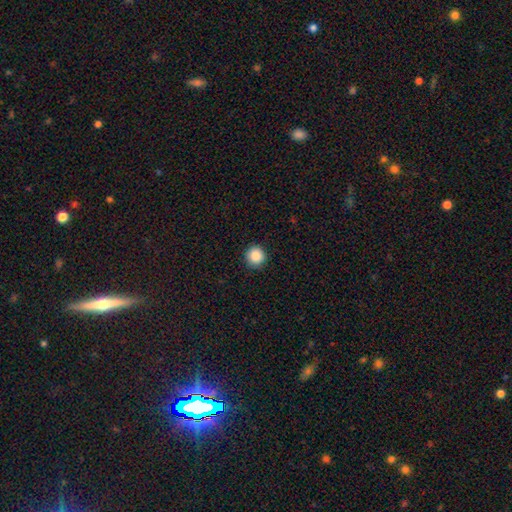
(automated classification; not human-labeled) smooth_or_featured: smooth (p=0.87) [alt: star or artifact p=0.09]
how_rounded: round (p=0.94) [alt: in between p=0.05]
merging: none (p=0.91) [alt: minor disturbance p=0.06]